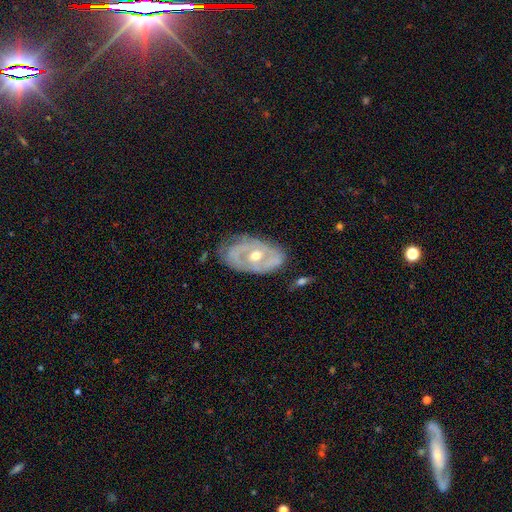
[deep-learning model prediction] smooth_or_featured: featured or disk (p=0.78) [alt: smooth p=0.17]
disk_edge_on: no (p=0.94) [alt: yes p=0.06]
bar: no (p=0.65) [alt: weak p=0.25]
has_spiral_arms: yes (p=0.63) [alt: no p=0.37]
bulge_size: moderate (p=0.70) [alt: small p=0.25]
merging: none (p=0.62) [alt: minor disturbance p=0.27]